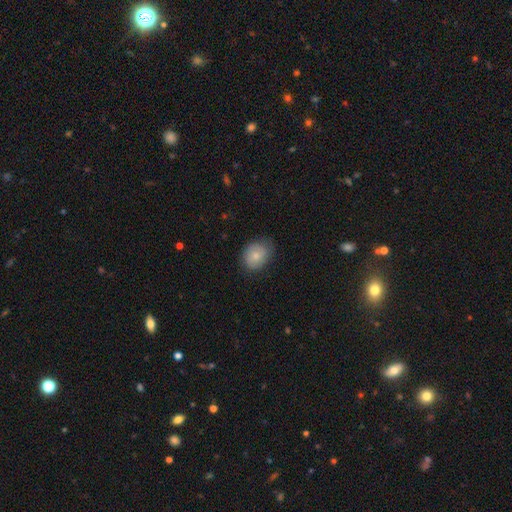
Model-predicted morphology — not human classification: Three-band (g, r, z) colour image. It shows a smooth galaxy with no disk features (79%) that is round (51%). Merging: none (76%).